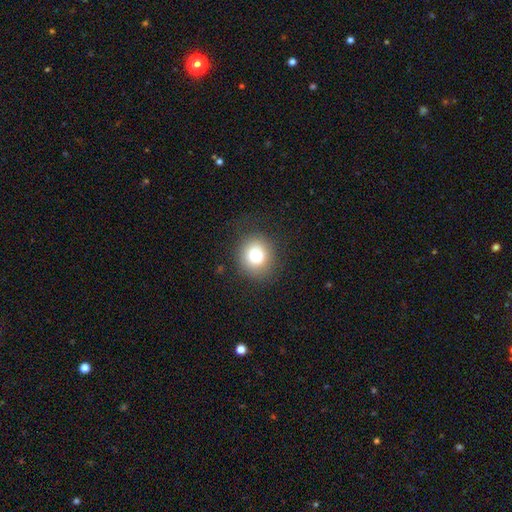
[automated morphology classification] smooth-or-featured: smooth: 79% | star or artifact: 11% | featured or disk: 10%
  how-rounded: round: 82% | in between: 17% | cigar-shaped: 1%
  merging: none: 82% | minor disturbance: 12% | major disturbance: 5% | merger: 1%